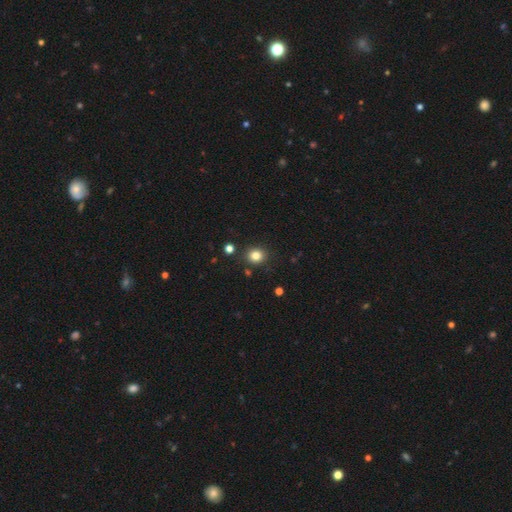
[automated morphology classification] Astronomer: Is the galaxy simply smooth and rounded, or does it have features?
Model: smooth — 82%.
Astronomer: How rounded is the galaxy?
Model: round — 76%.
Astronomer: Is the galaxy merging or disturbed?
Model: none — 86%.